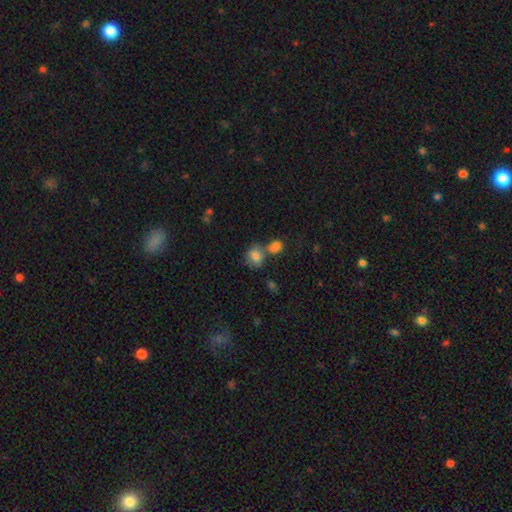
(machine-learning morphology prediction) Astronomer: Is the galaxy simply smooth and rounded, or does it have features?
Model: smooth — 79%.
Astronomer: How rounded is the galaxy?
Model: round — 53% (runner-up: in between, 46%).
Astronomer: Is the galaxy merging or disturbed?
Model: none — 41% (runner-up: merger, 38%).